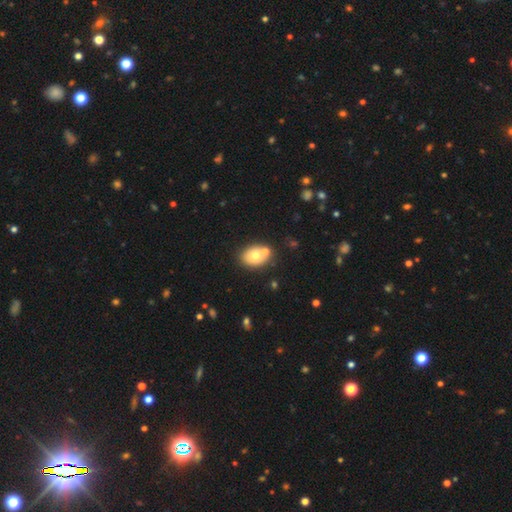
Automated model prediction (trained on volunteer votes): Smooth or featured?
  - smooth: 71% *
  - featured or disk: 20%
  - star or artifact: 9%
How rounded?
  - in between: 66% *
  - round: 33%
  - cigar-shaped: 1%
Merging?
  - none: 59% *
  - merger: 25%
  - minor disturbance: 12%
  - major disturbance: 3%